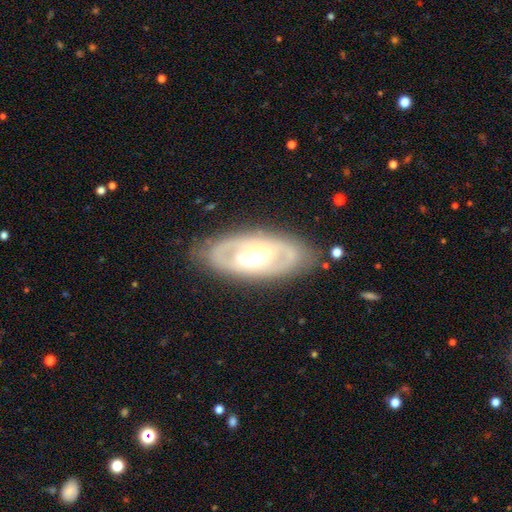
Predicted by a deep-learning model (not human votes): smooth-or-featured: featured or disk: 73% | smooth: 22% | star or artifact: 5%
  disk-edge-on: no: 90% | yes: 10%
    bar: no: 41% | weak: 34% | strong: 25%
    has-spiral-arms: yes: 52% | no: 48%
    bulge-size: moderate: 58% | large: 29% | small: 9% | dominant: 3% | none: 1%
  merging: none: 80% | minor disturbance: 13% | major disturbance: 6% | merger: 1%